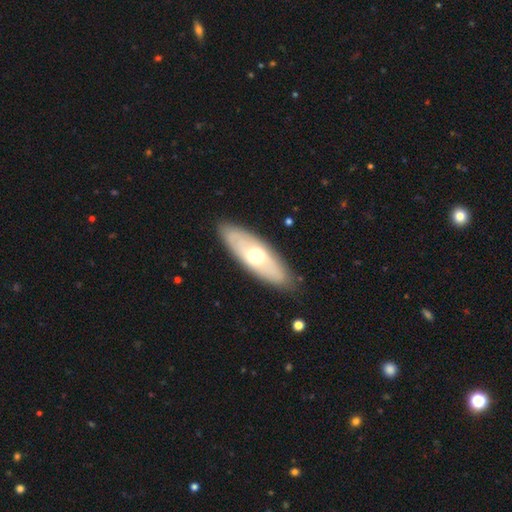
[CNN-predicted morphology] This is possibly a featured or disk galaxy (50%). It is likely not viewed edge-on (70%). Merging: clearly none (86%).